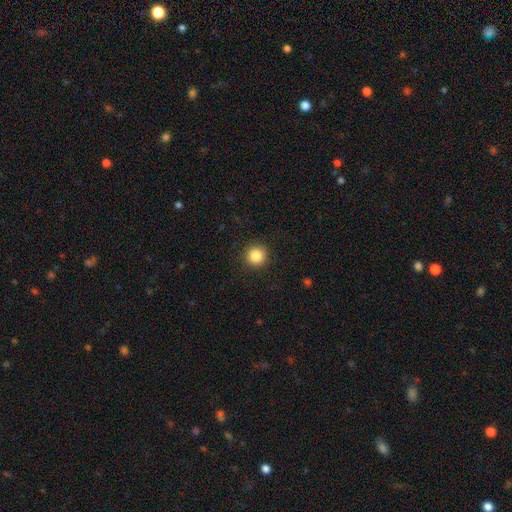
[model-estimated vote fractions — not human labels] This is clearly a smooth galaxy (86%). How rounded: clearly round (94%). Merging: clearly none (91%).